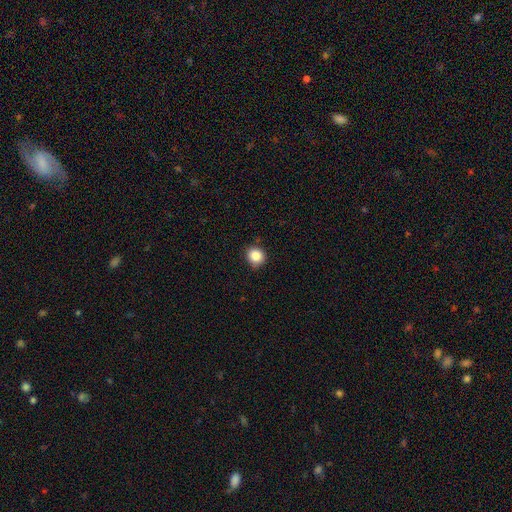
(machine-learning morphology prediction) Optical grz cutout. It shows a smooth galaxy with no disk features (85%) that is round (89%). Merging: none (86%).